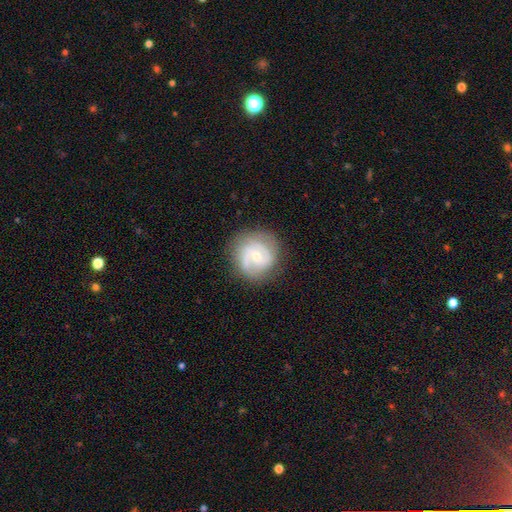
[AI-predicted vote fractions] Overall: featured or disk (76%). Edge-on disk: no (98%). Bar: weak (47%; no 43%). Spiral arms: yes (92%). Spiral arm count: 2 (65%). Spiral winding: medium (45%; tight 40%). Bulge size: small (55%; moderate 41%). Merging: none (78%).